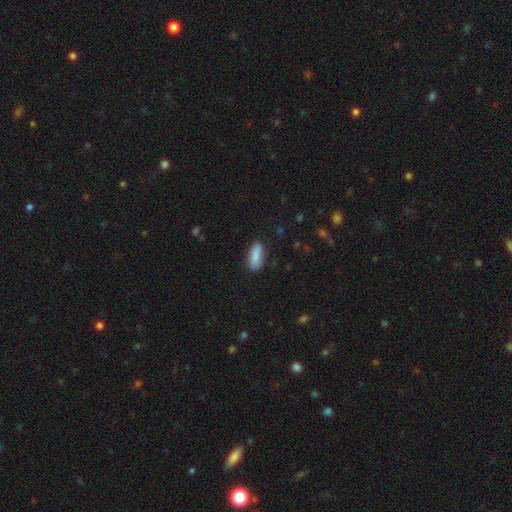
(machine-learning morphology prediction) A smooth galaxy with no disk features (88%) that is in between round and cigar-shaped (70%).

Vote fractions:
- Smooth or featured? smooth: 88% / star or artifact: 6% / featured or disk: 6%
- How rounded? in between: 70% / cigar-shaped: 28% / round: 2%
- Merging? none: 85% / minor disturbance: 12% / major disturbance: 2% / merger: 1%